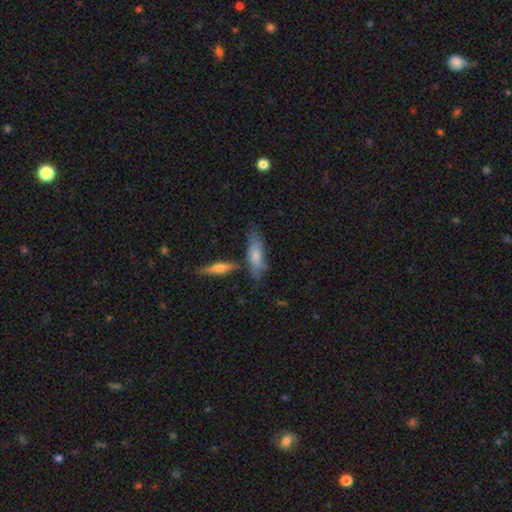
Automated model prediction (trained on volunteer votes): A smooth galaxy with no disk features (68%) that is cigar-shaped (49%). Merging: none (60%).